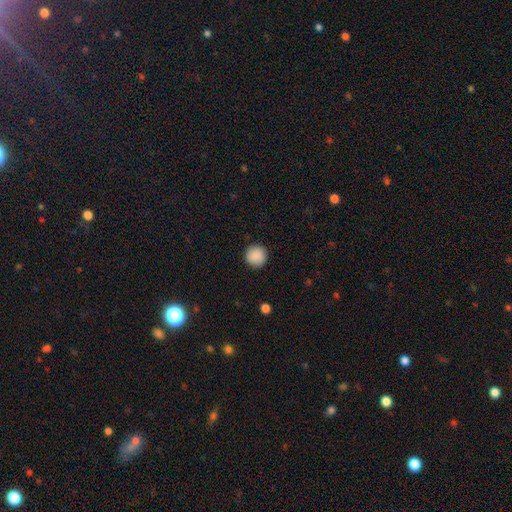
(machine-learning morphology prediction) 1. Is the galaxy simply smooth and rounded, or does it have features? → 89% smooth, 8% star or artifact, 3% featured or disk.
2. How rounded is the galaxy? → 95% round, 4% in between, 1% cigar-shaped.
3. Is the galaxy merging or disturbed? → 91% none, 6% minor disturbance, 2% major disturbance, 1% merger.